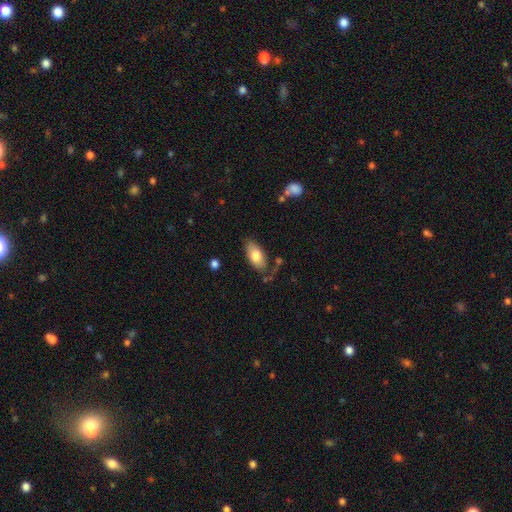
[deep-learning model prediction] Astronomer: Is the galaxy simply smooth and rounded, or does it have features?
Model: smooth — 79%.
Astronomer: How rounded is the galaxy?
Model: in between — 92%.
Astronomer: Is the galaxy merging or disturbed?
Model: none — 68%.